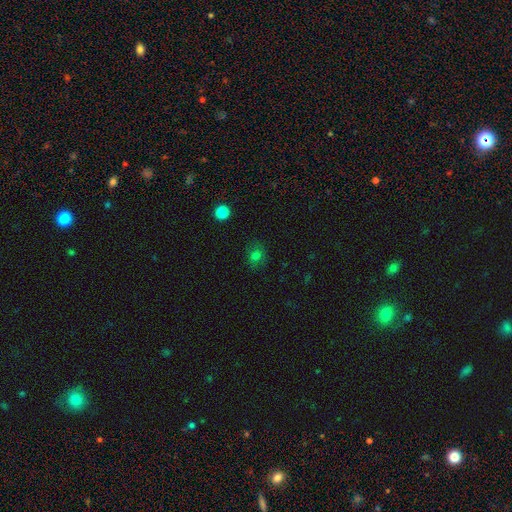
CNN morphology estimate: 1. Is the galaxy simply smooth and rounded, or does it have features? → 73% smooth, 18% star or artifact, 9% featured or disk.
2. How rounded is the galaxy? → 68% round, 31% in between, 1% cigar-shaped.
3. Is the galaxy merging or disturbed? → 81% none, 13% minor disturbance, 5% major disturbance, 2% merger.